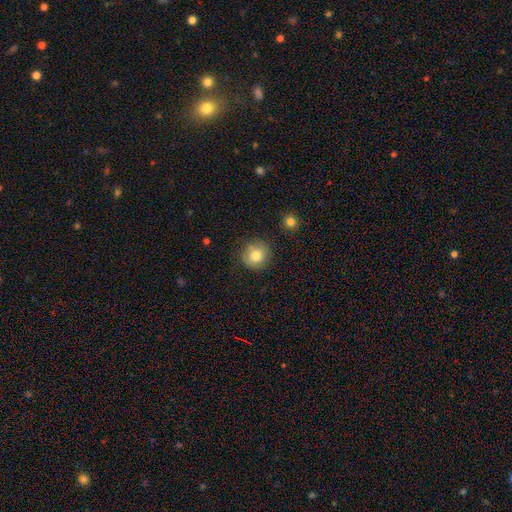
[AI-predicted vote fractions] smooth-or-featured: smooth: 81% | star or artifact: 10% | featured or disk: 9%
  how-rounded: round: 86% | in between: 13% | cigar-shaped: 1%
  merging: none: 80% | minor disturbance: 14% | major disturbance: 3% | merger: 3%